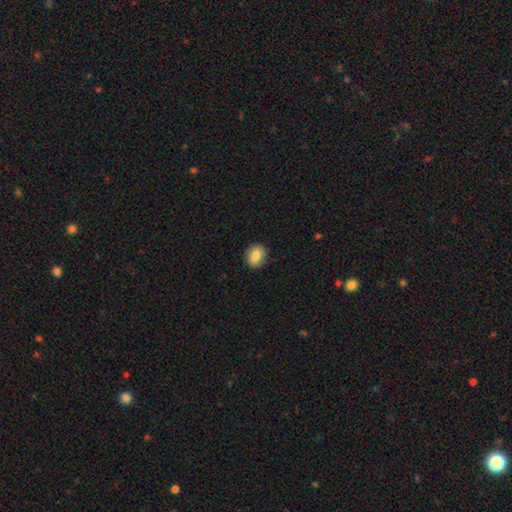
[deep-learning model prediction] Overall: smooth (84%). How rounded: round (56%; in between 43%). Merging: none (88%).